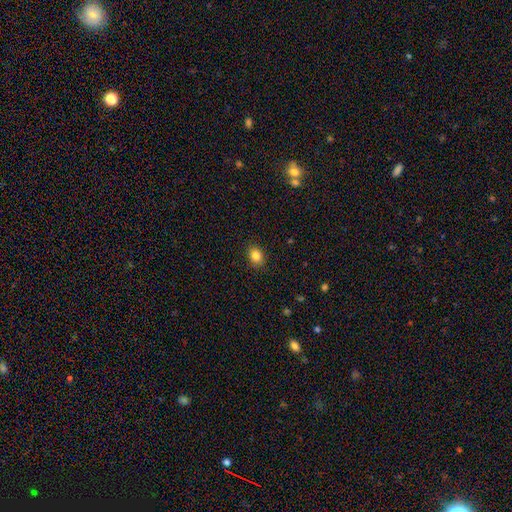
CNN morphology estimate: This appears to be a smooth galaxy with no disk features (85%) that is in between round and cigar-shaped (55%). Merging: none (88%).